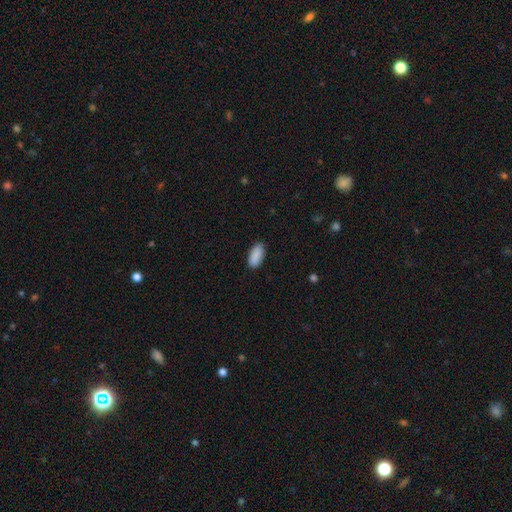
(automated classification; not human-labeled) Q: Smooth or featured?
A: smooth (91%); runner-up: star or artifact (6%)
Q: How rounded?
A: in between (91%); runner-up: cigar-shaped (7%)
Q: Merging?
A: none (88%); runner-up: minor disturbance (9%)